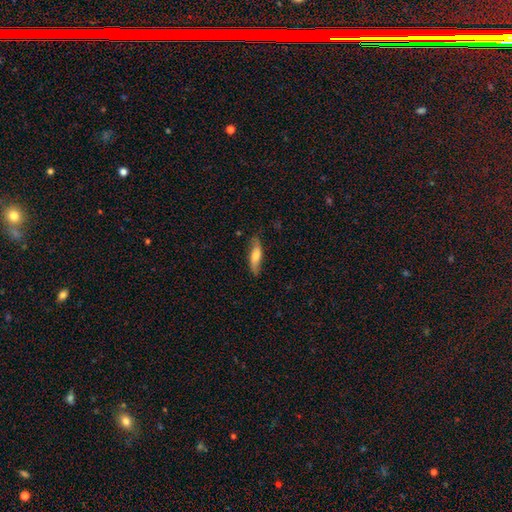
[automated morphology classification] smooth 58%, featured or disk 36%, star or artifact 6%. Down the decision tree: how rounded — cigar-shaped (55%); merging — none (76%).